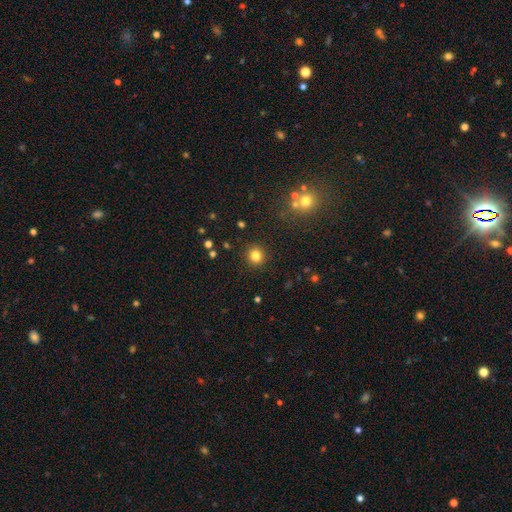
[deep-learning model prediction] This is clearly a smooth galaxy (81%). How rounded: clearly round (91%). Merging: clearly none (91%).